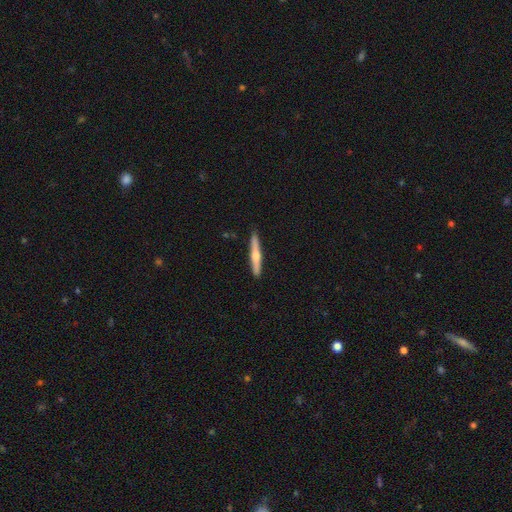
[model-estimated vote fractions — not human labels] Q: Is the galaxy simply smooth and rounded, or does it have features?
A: featured or disk — 58%.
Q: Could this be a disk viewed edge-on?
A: yes — 97%.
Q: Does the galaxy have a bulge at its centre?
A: rounded — 89%.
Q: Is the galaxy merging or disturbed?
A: none — 91%.